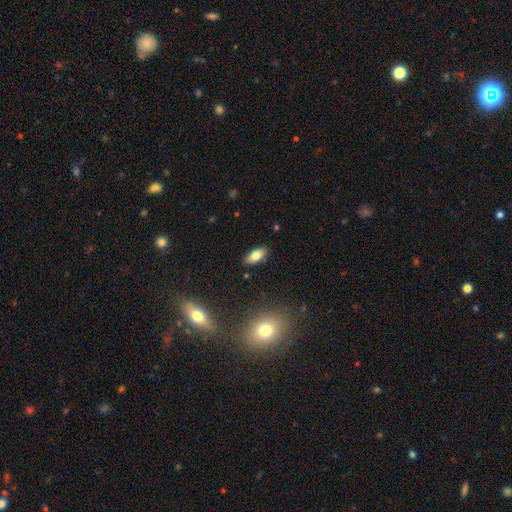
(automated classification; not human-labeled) A smooth galaxy with no disk features (77%) that is in between round and cigar-shaped (87%).

Vote fractions:
- Smooth or featured? smooth: 77% / featured or disk: 14% / star or artifact: 8%
- How rounded? in between: 87% / cigar-shaped: 10% / round: 3%
- Merging? none: 88% / minor disturbance: 9% / major disturbance: 2% / merger: 1%